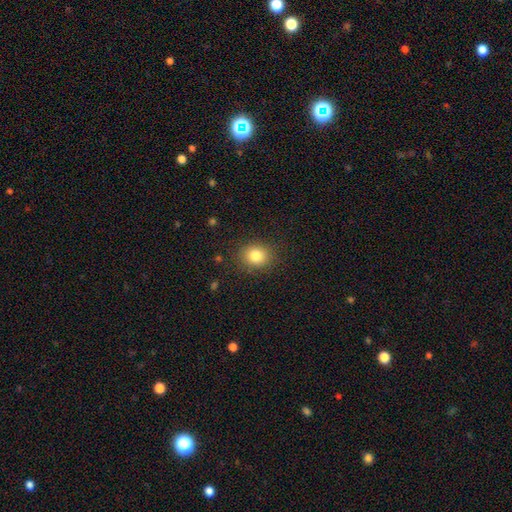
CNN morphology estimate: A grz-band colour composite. It shows a smooth galaxy with no disk features (81%) that is round (69%). Merging: none (86%).